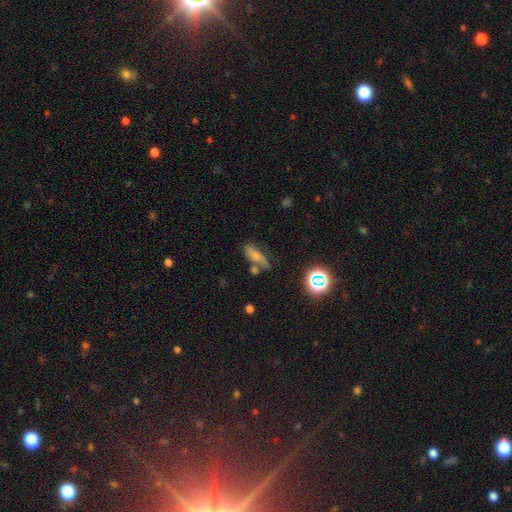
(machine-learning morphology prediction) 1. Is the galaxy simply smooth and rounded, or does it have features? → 58% smooth, 26% featured or disk, 15% star or artifact.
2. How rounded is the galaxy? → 57% in between, 36% cigar-shaped, 7% round.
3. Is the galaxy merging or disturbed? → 50% none, 22% minor disturbance, 19% merger, 9% major disturbance.